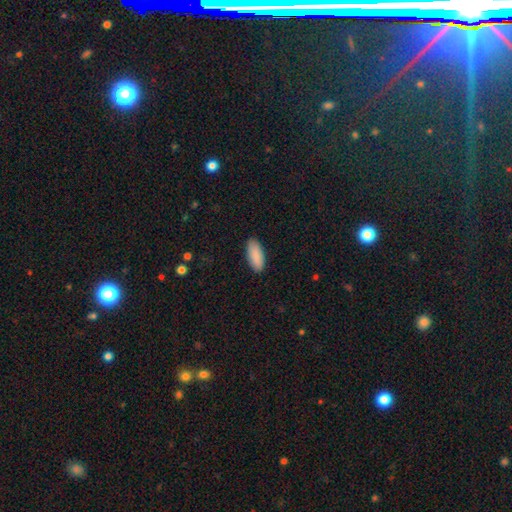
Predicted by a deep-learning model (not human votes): smooth-or-featured: smooth: 91% | star or artifact: 6% | featured or disk: 3%
  how-rounded: in between: 86% | cigar-shaped: 13% | round: 2%
  merging: none: 88% | minor disturbance: 9% | major disturbance: 2% | merger: 1%